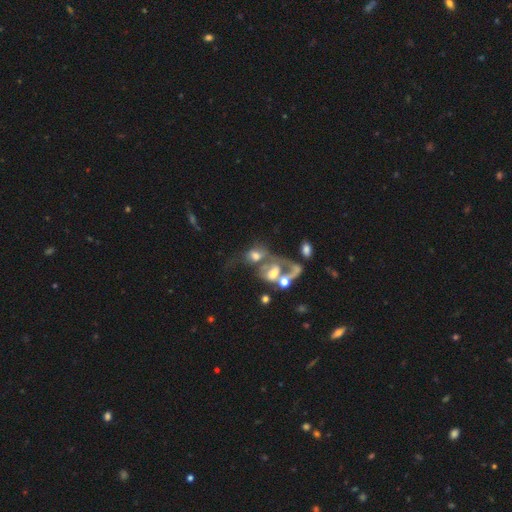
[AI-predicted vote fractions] Overall: featured or disk (50%; smooth 37%). Merging: merger (63%).